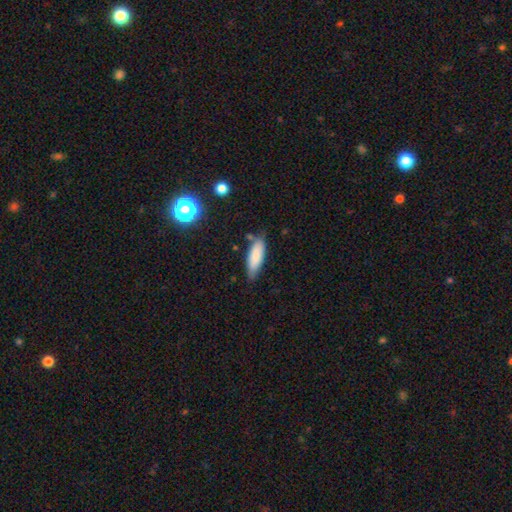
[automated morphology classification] smooth-or-featured: smooth: 84% | featured or disk: 10% | star or artifact: 7%
  how-rounded: in between: 59% | cigar-shaped: 39% | round: 2%
  merging: none: 73% | minor disturbance: 20% | major disturbance: 3% | merger: 3%